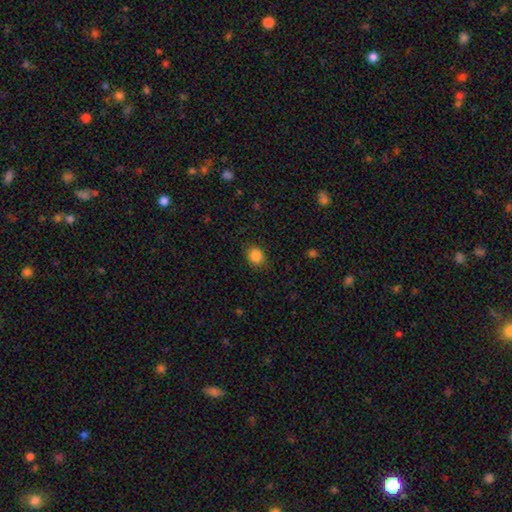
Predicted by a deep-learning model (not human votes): A smooth galaxy with no disk features (86%) that is round (73%).

Vote fractions:
- Smooth or featured? smooth: 86% / star or artifact: 10% / featured or disk: 4%
- How rounded? round: 73% / in between: 26% / cigar-shaped: 1%
- Merging? none: 85% / minor disturbance: 11% / major disturbance: 3% / merger: 1%